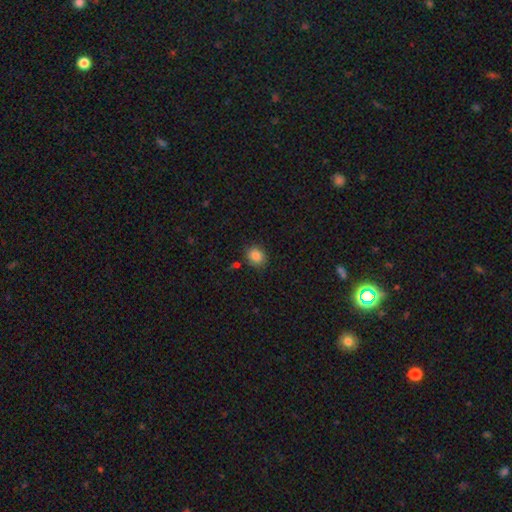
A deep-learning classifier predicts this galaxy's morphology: Smooth or featured?
  - smooth: 86% *
  - star or artifact: 10%
  - featured or disk: 5%
How rounded?
  - round: 61% *
  - in between: 39%
  - cigar-shaped: 1%
Merging?
  - none: 81% *
  - minor disturbance: 12%
  - merger: 4%
  - major disturbance: 3%